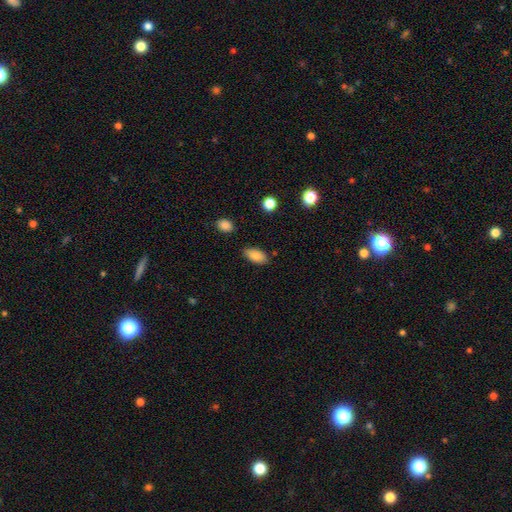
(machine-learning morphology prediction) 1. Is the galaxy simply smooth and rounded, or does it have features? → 83% smooth, 9% featured or disk, 8% star or artifact.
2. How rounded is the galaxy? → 92% in between, 4% cigar-shaped, 4% round.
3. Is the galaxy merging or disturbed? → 81% none, 13% minor disturbance, 3% major disturbance, 3% merger.